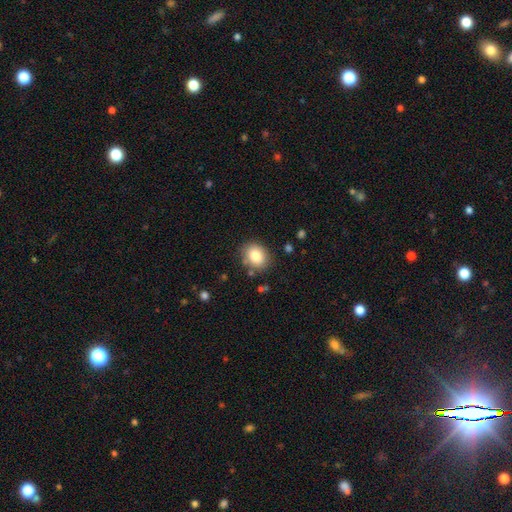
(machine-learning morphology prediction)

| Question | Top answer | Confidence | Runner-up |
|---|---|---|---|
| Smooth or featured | smooth | 84% | star or artifact (9%) |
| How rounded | round | 52% | in between (48%) |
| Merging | none | 82% | minor disturbance (12%) |